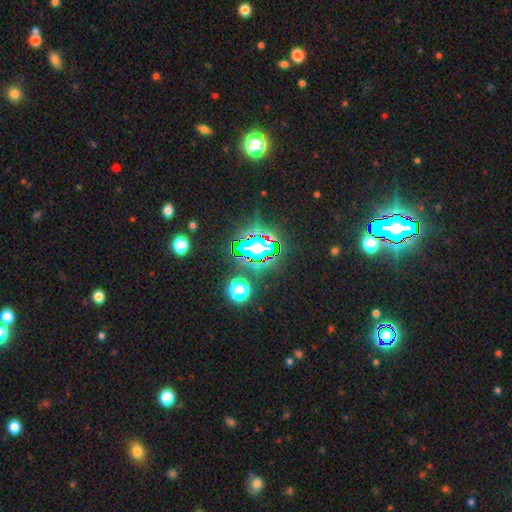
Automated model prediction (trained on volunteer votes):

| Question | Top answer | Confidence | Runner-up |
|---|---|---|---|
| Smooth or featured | star or artifact | 71% | smooth (18%) |